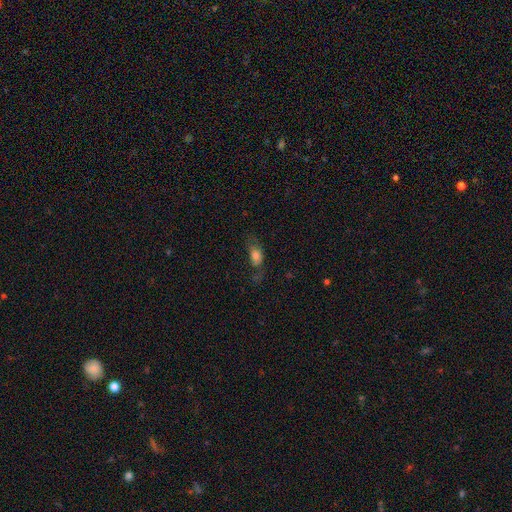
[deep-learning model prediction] smooth_or_featured: smooth (p=0.72) [alt: featured or disk p=0.17]
how_rounded: in between (p=0.82) [alt: round p=0.10]
merging: none (p=0.38) [alt: major disturbance p=0.31]